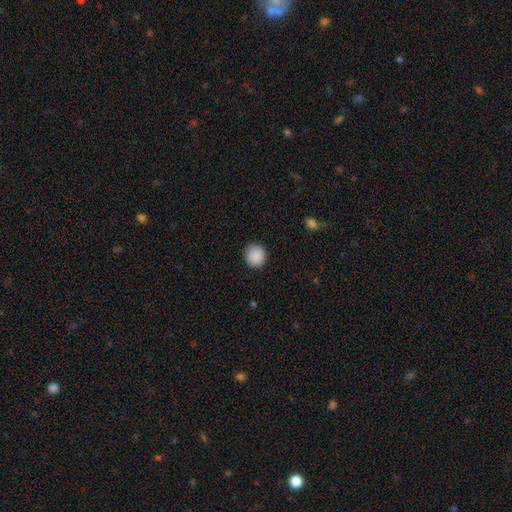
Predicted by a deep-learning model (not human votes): Q: Smooth or featured?
A: smooth (90%); runner-up: star or artifact (8%)
Q: How rounded?
A: round (90%); runner-up: in between (9%)
Q: Merging?
A: none (89%); runner-up: minor disturbance (7%)